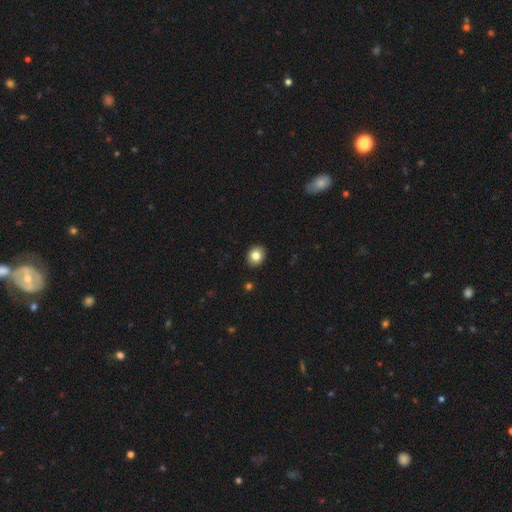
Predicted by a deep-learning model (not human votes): Smooth or featured? Predicted: smooth (p=0.82). How rounded? Predicted: round (p=0.54). Merging? Predicted: none (p=0.91).